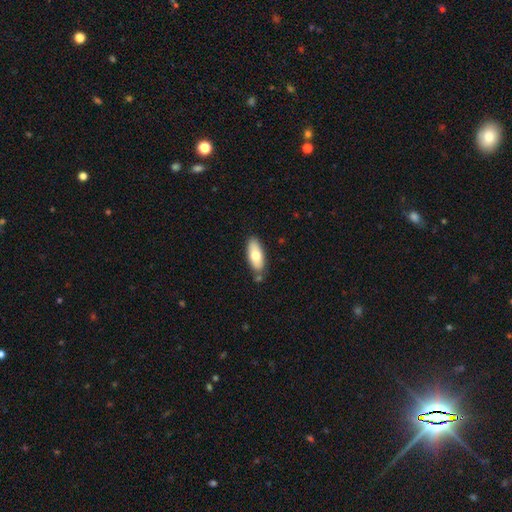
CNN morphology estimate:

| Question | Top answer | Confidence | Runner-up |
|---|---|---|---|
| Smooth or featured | smooth | 70% | featured or disk (24%) |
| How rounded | in between | 81% | cigar-shaped (17%) |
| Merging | none | 78% | minor disturbance (13%) |